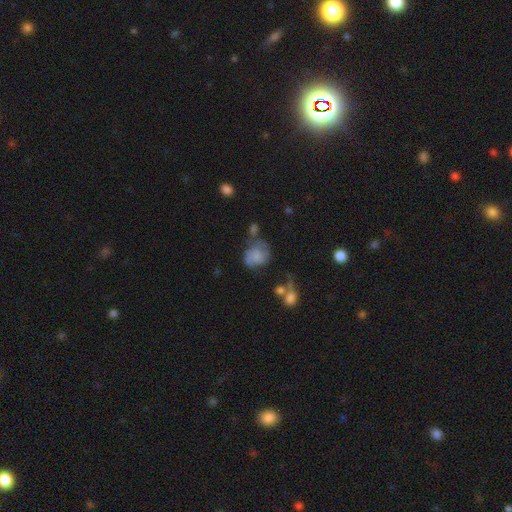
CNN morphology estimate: Overall: smooth (67%). How rounded: round (57%; in between 42%). Merging: none (35%; minor disturbance 27%).